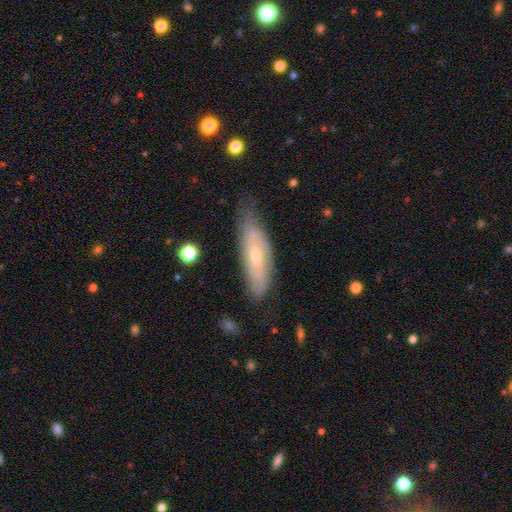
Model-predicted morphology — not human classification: featured or disk 61%, smooth 32%, star or artifact 7%. Down the decision tree: edge-on disk — no (77%); merging — none (64%).